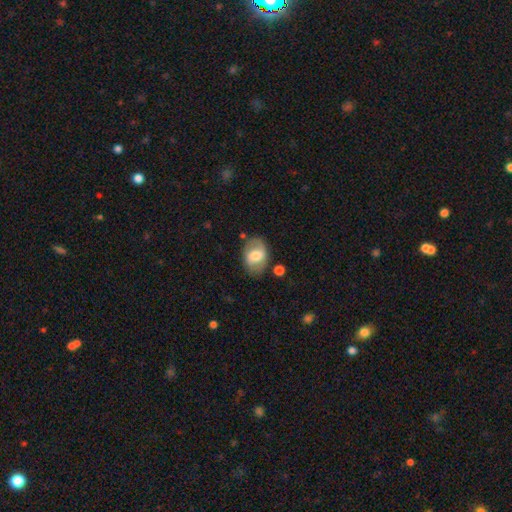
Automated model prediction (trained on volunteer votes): Smooth or featured? Predicted: smooth (p=0.57). How rounded? Predicted: in between (p=0.79). Merging? Predicted: none (p=0.72).